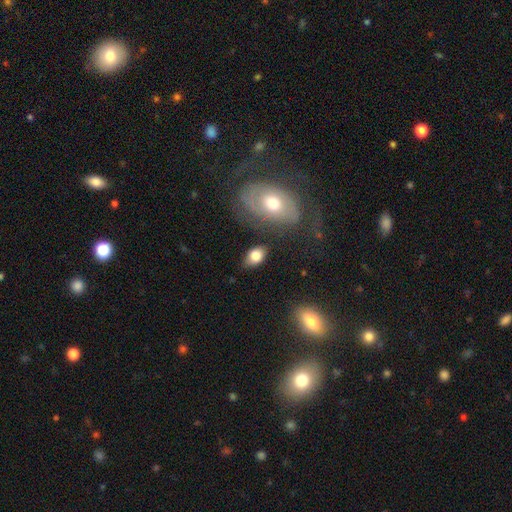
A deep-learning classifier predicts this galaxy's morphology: This appears to be a smooth galaxy with no disk features (79%) that is in between round and cigar-shaped (85%). Merging: none (75%).